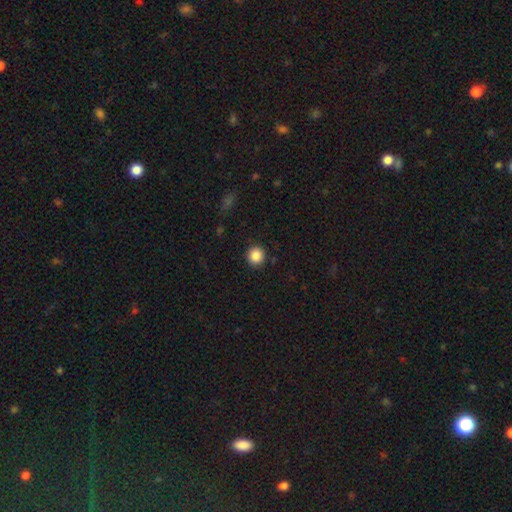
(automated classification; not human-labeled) Morphology: type=smooth (87%); roundness=round (94%); merging=none (91%).